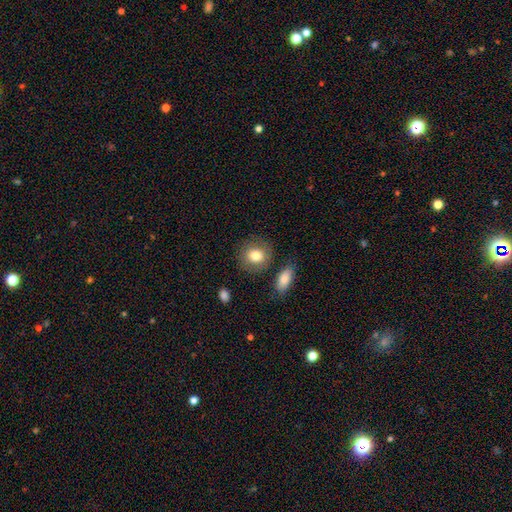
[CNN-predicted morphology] smooth-or-featured: smooth: 79% | featured or disk: 14% | star or artifact: 7%
  how-rounded: round: 78% | in between: 20% | cigar-shaped: 1%
  merging: none: 78% | minor disturbance: 12% | merger: 6% | major disturbance: 4%